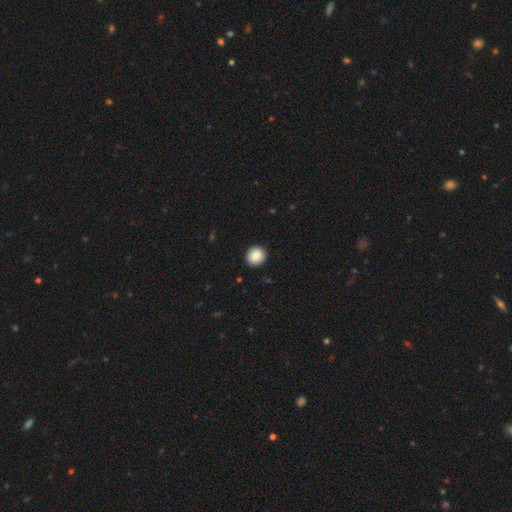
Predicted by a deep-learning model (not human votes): Morphology: type=smooth (88%); roundness=round (87%); merging=none (91%).